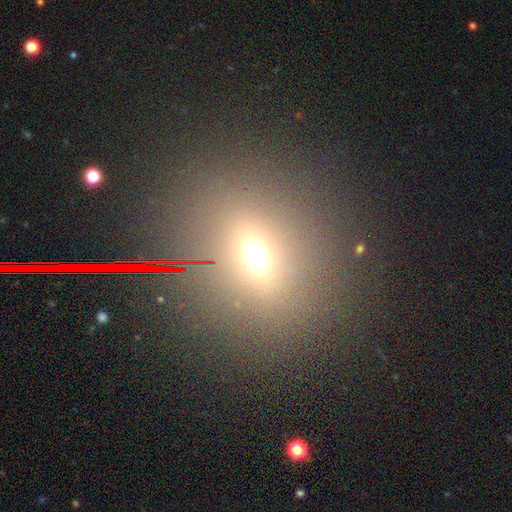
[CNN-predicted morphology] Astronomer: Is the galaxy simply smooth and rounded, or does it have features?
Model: smooth — 59%.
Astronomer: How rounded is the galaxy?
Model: round — 52% (runner-up: in between, 45%).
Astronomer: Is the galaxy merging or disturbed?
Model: none — 83%.